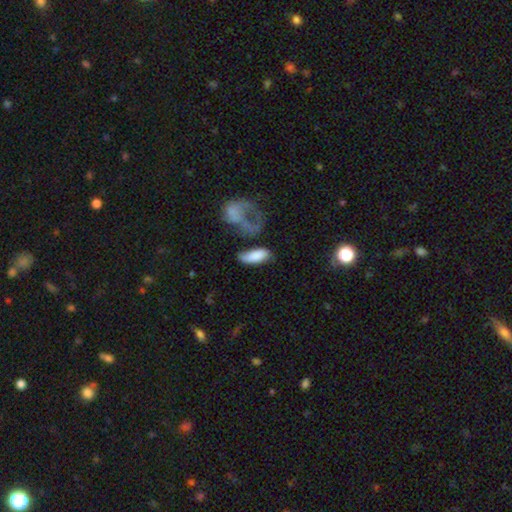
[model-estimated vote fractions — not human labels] smooth_or_featured: smooth (p=0.81) [alt: featured or disk p=0.12]
how_rounded: in between (p=0.80) [alt: cigar-shaped p=0.17]
merging: none (p=0.47) [alt: minor disturbance p=0.20]